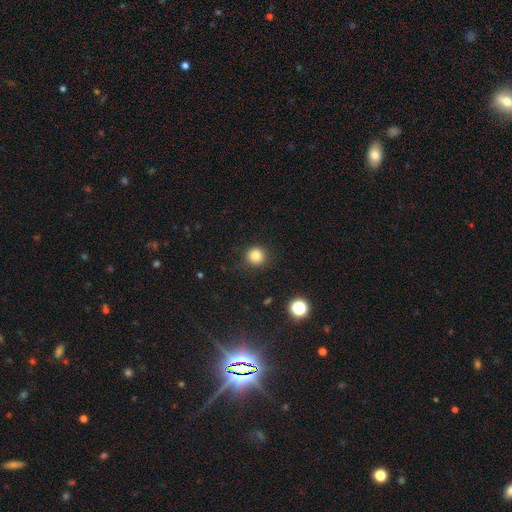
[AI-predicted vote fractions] Smooth or featured? smooth (83%)
How rounded? round (93%)
Merging? none (89%)